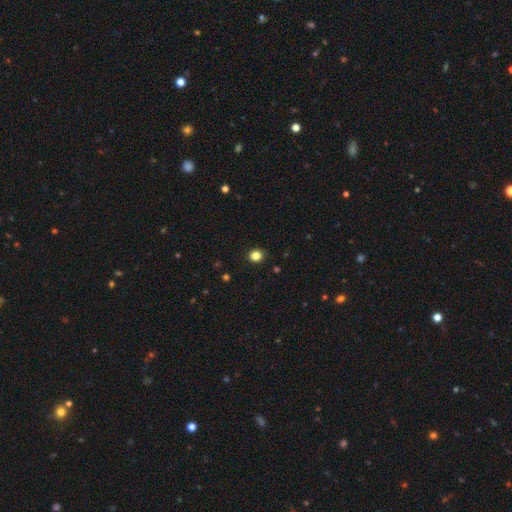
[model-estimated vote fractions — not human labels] A smooth galaxy with no disk features (84%) that is round (79%). Merging: none (91%).